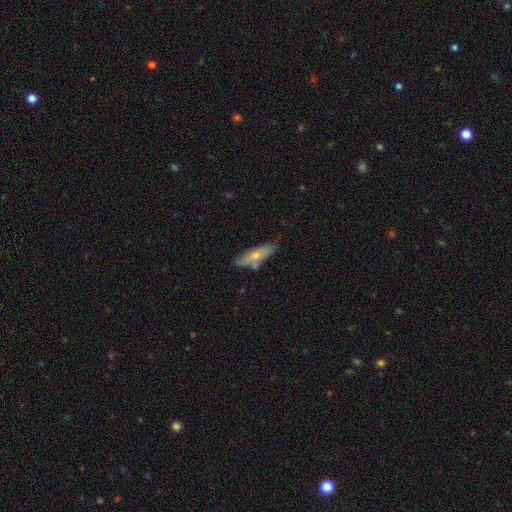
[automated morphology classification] type=smooth (60%); roundness=cigar-shaped (53%); merging=none (61%).